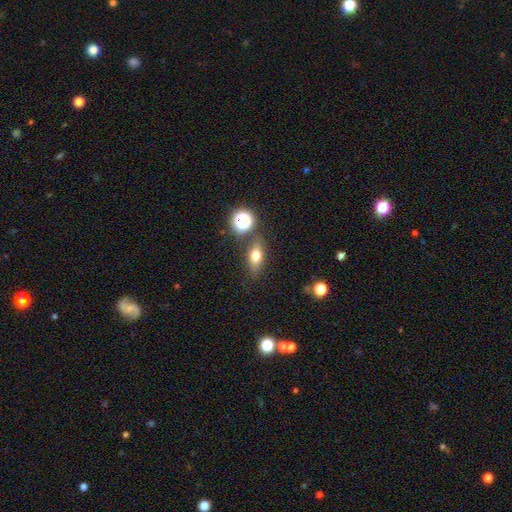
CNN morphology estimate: Smooth or featured?
  - smooth: 68% *
  - featured or disk: 18%
  - star or artifact: 14%
How rounded?
  - in between: 66% *
  - cigar-shaped: 18%
  - round: 16%
Merging?
  - none: 77% *
  - minor disturbance: 12%
  - merger: 8%
  - major disturbance: 4%